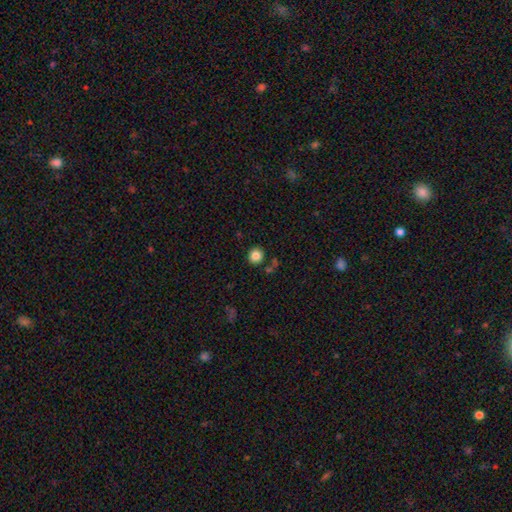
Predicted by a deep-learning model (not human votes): Smooth or featured: smooth — 85% (star or artifact — 10%)
How rounded: round — 91% (in between — 9%)
Merging: none — 86% (minor disturbance — 7%)